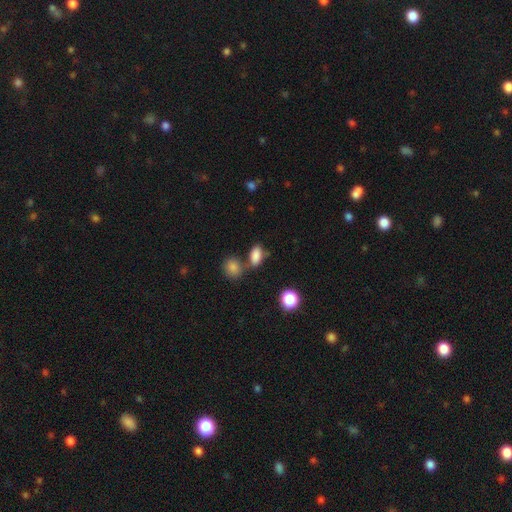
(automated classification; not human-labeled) A smooth galaxy with no disk features (85%) that is in between round and cigar-shaped (88%). Merging: none (56%).